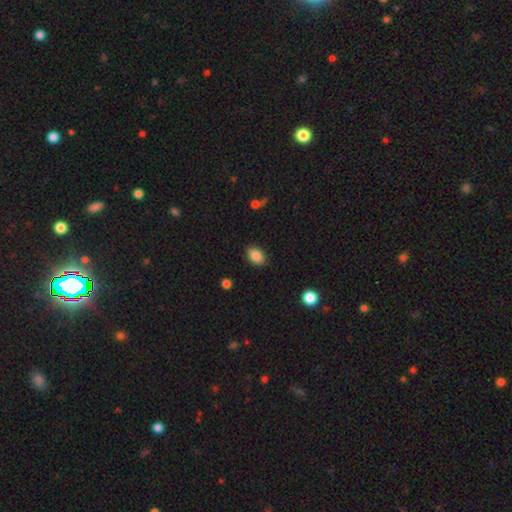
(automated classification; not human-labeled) Overall: smooth (86%). How rounded: in between (83%). Merging: none (87%).